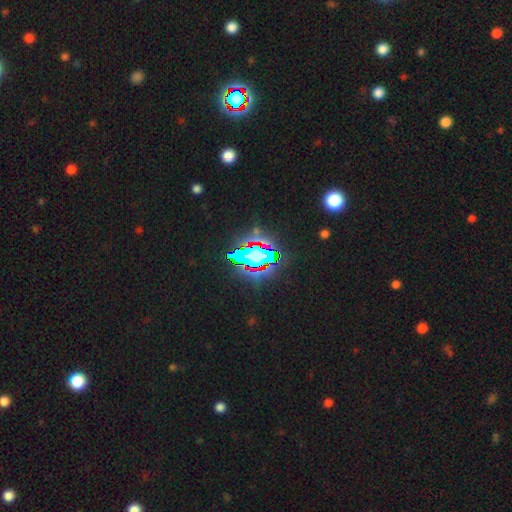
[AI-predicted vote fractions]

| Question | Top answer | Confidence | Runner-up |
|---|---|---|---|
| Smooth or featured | star or artifact | 62% | smooth (20%) |